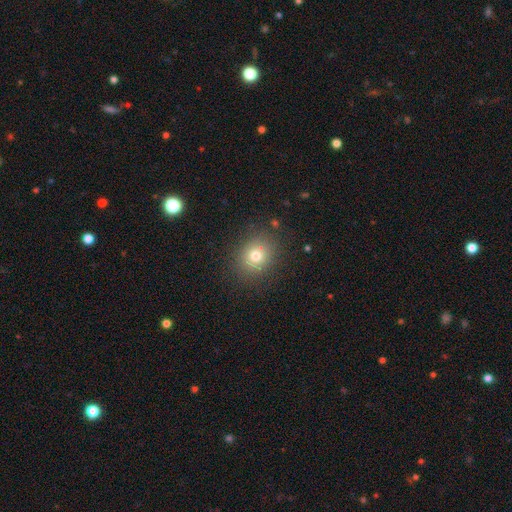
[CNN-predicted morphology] smooth-or-featured: smooth: 74% | star or artifact: 15% | featured or disk: 11%
  how-rounded: round: 73% | in between: 26% | cigar-shaped: 1%
  merging: none: 83% | minor disturbance: 10% | major disturbance: 4% | merger: 3%